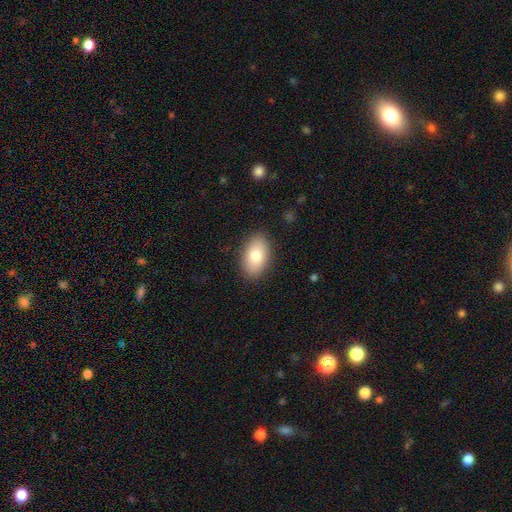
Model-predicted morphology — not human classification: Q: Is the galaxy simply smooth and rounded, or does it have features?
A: smooth — 81%.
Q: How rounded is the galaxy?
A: in between — 92%.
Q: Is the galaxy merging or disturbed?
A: none — 87%.